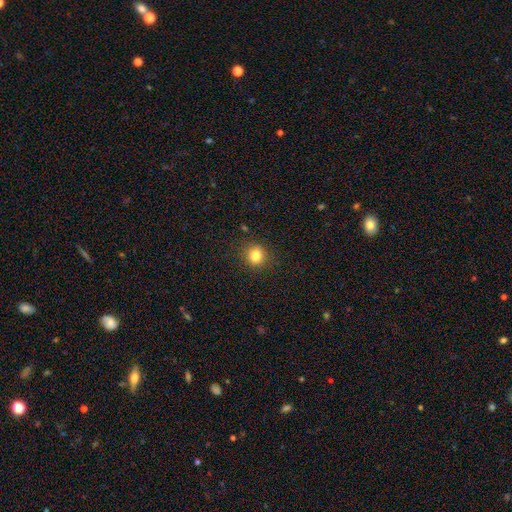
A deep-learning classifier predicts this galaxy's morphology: A smooth galaxy with no disk features (82%) that is round (86%). Merging: none (89%).